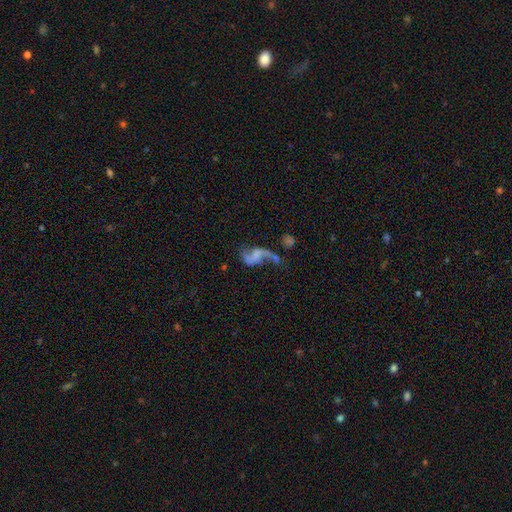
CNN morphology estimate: Smooth or featured? featured or disk (73%)
Edge-on disk? no (97%)
Bar? no (52%)
Spiral arms? yes (84%)
Spiral winding? loose (87%)
Spiral arm count? 2 (85%)
Bulge size? none (68%)
Merging? none (33%)